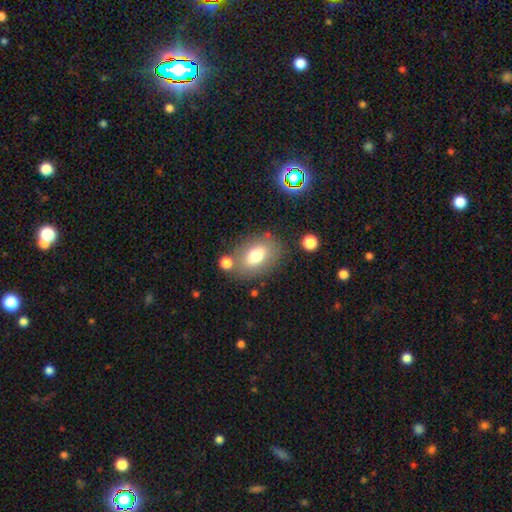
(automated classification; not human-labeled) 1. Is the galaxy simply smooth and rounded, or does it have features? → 71% smooth, 19% featured or disk, 10% star or artifact.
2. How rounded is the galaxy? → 78% in between, 21% round, 2% cigar-shaped.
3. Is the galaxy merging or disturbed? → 72% none, 14% minor disturbance, 9% merger, 5% major disturbance.